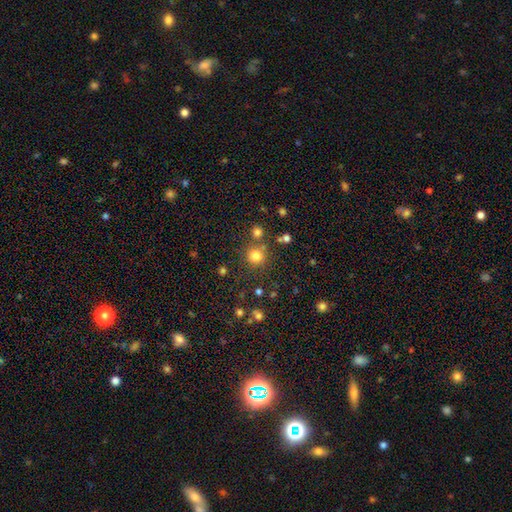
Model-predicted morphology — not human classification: Smooth or featured: smooth — 79% (star or artifact — 15%)
How rounded: round — 94% (in between — 5%)
Merging: none — 78% (merger — 11%)